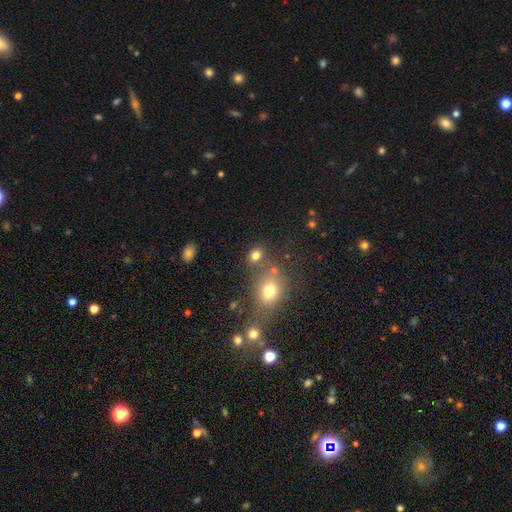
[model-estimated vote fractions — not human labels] Smooth or featured? smooth (78%)
How rounded? round (53%)
Merging? none (65%)